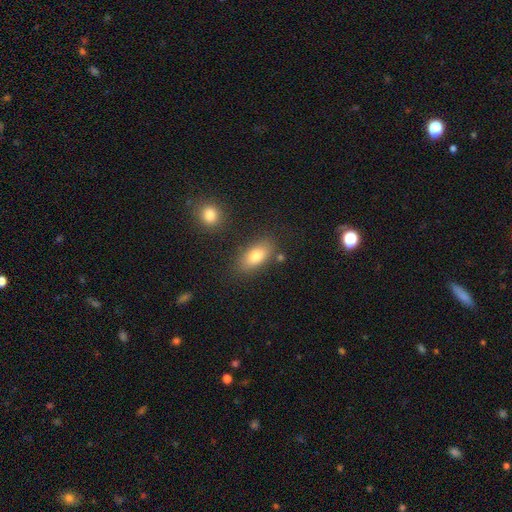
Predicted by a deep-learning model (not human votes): The model was most divided on "smooth or featured": smooth: 78%, featured or disk: 14%, star or artifact: 8%. More confident: how rounded — in between (88%); merging — none (78%).